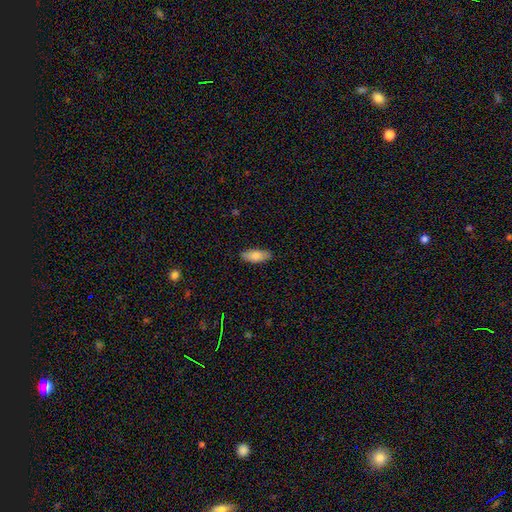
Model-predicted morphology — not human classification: The model was most divided on "how rounded": in between: 79%, cigar-shaped: 19%, round: 2%. More confident: merging — none (84%); smooth or featured — smooth (82%).